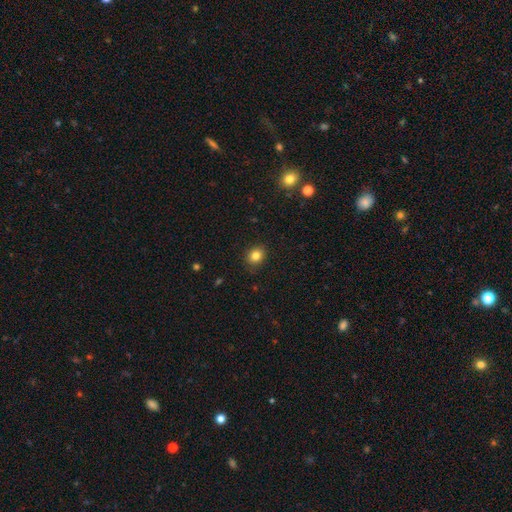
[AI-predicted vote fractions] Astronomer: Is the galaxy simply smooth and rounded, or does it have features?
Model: smooth — 83%.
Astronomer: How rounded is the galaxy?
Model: round — 65%.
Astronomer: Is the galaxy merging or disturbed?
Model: none — 88%.